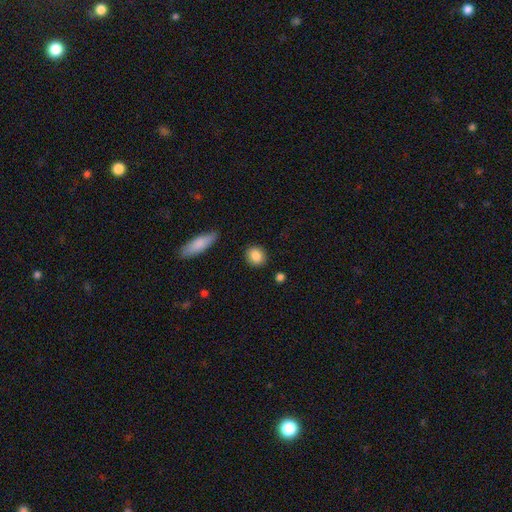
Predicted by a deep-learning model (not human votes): Smooth or featured? smooth (86%)
How rounded? round (72%)
Merging? none (88%)